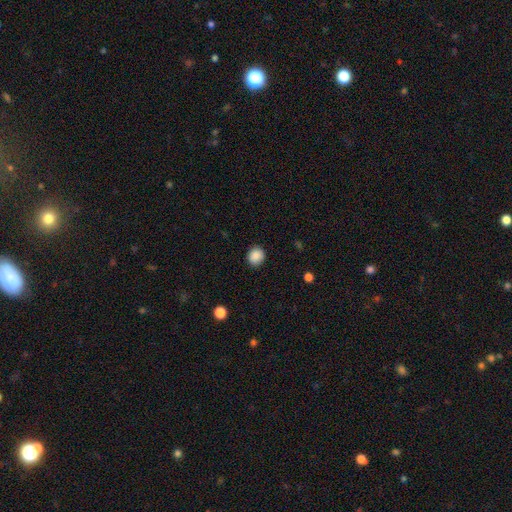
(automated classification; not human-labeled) A smooth galaxy with no disk features (88%) that is round (79%). Merging: none (89%).